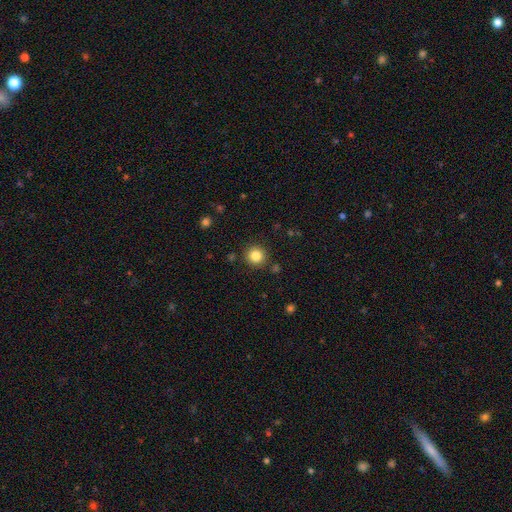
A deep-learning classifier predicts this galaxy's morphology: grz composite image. It shows a smooth galaxy with no disk features (84%) that is round (93%). Merging: none (89%).